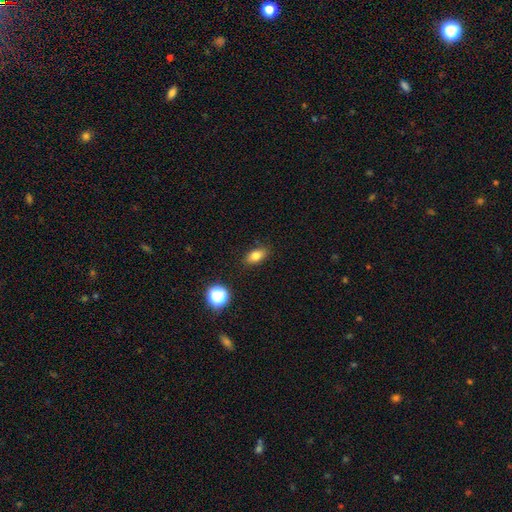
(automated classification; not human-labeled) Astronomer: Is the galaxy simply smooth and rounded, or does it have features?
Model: smooth — 79%.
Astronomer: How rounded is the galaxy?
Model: in between — 84%.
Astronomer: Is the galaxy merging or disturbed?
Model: none — 86%.